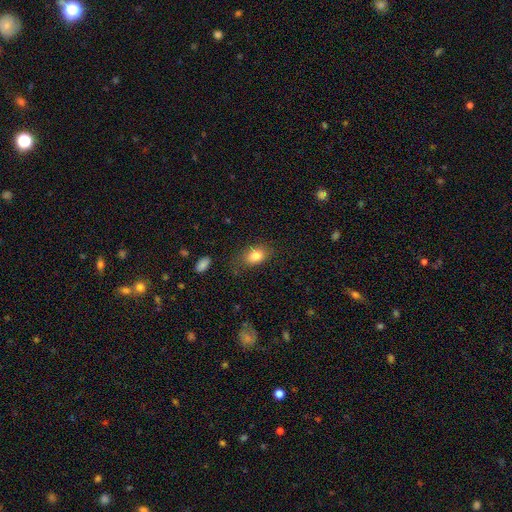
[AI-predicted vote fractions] This is clearly a smooth galaxy (83%). How rounded: likely in between (79%). Merging: likely none (76%).